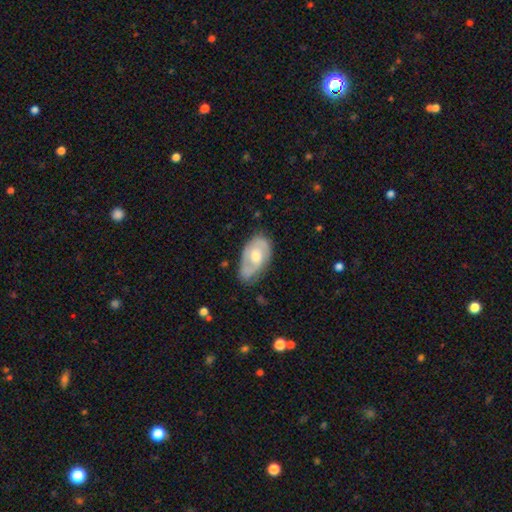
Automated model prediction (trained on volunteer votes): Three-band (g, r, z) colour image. It shows a featured or disk galaxy (60%) with no bar (66%), spiral arms (66%) and a moderate central bulge (69%). Merging: none (66%).